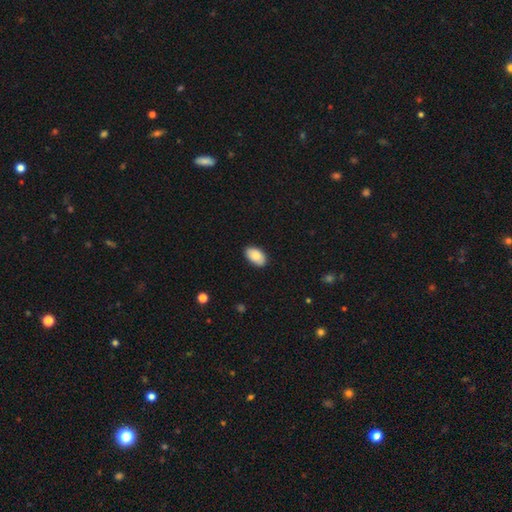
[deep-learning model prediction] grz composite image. It shows a smooth galaxy with no disk features (85%) that is in between round and cigar-shaped (94%). Merging: none (86%).